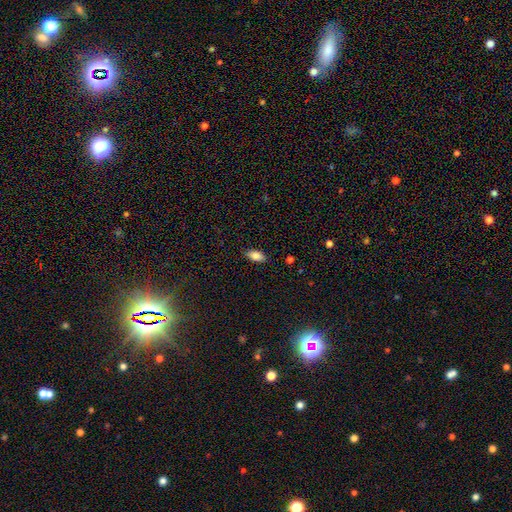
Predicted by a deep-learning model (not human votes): This is clearly a smooth galaxy (83%). How rounded: clearly in between (90%). Merging: clearly none (85%).